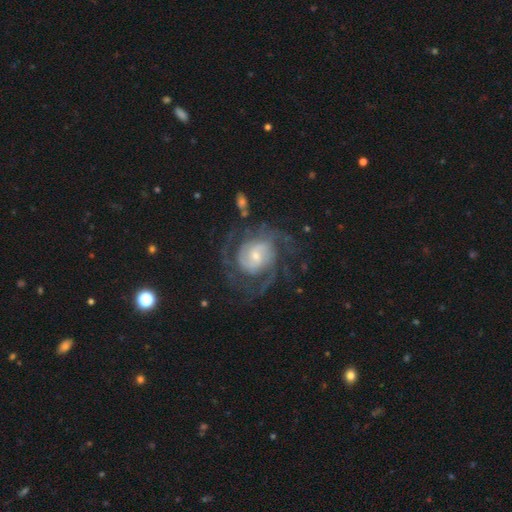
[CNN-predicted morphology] Smooth or featured: featured or disk — 88% (smooth — 7%)
Edge-on disk: no — 98% (yes — 2%)
Bar: no — 57% (weak — 35%)
Spiral arms: yes — 95% (no — 5%)
Spiral winding: tight — 50% (medium — 39%)
Spiral arm count: 2 — 35% (can't tell — 23%)
Bulge size: small — 61% (moderate — 30%)
Merging: none — 66% (major disturbance — 17%)